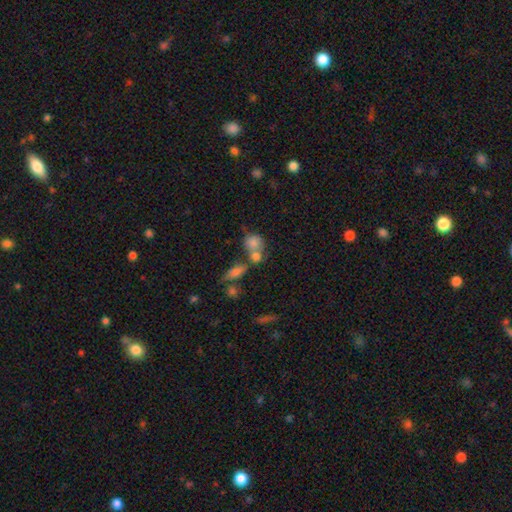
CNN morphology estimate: This is likely a smooth galaxy (75%). How rounded: likely round (60%). Merging: possibly merger (47%).